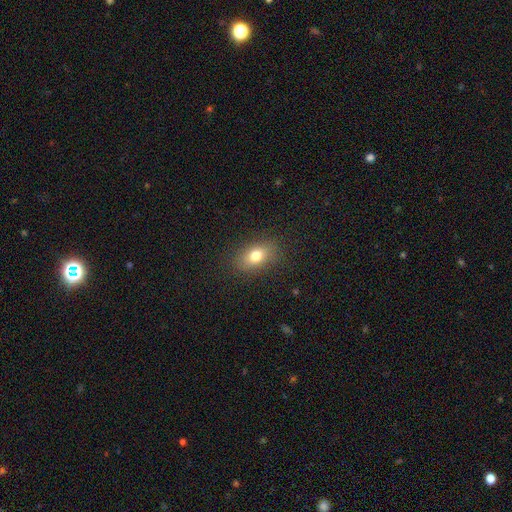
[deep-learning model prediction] Smooth or featured?
  - smooth: 77% *
  - featured or disk: 12%
  - star or artifact: 11%
How rounded?
  - in between: 80% *
  - round: 17%
  - cigar-shaped: 4%
Merging?
  - none: 85% *
  - minor disturbance: 11%
  - major disturbance: 4%
  - merger: 1%